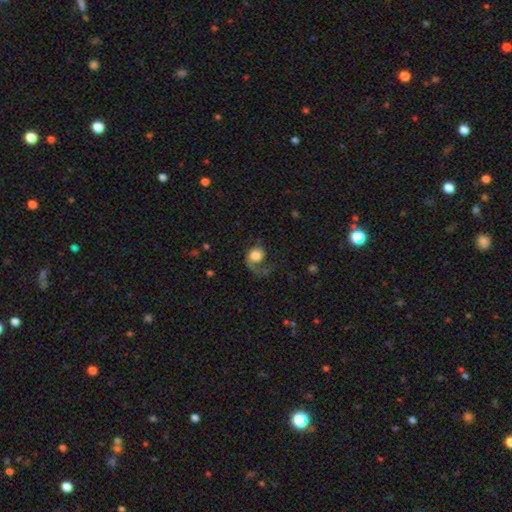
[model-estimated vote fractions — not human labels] Smooth or featured? featured or disk (49%)
Merging? major disturbance (45%)